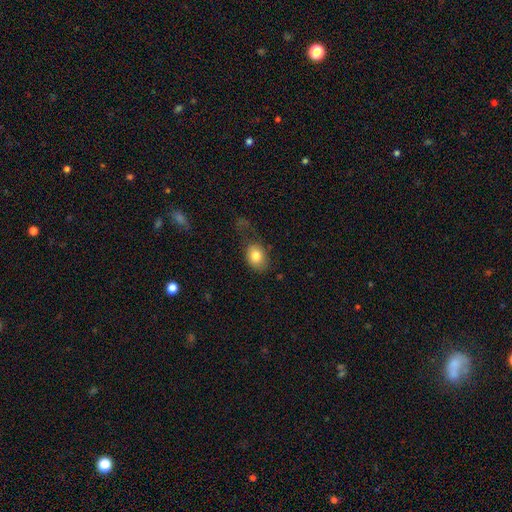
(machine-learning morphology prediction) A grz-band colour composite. It shows a smooth galaxy with no disk features (81%) that is in between round and cigar-shaped (70%). Merging: none (58%).